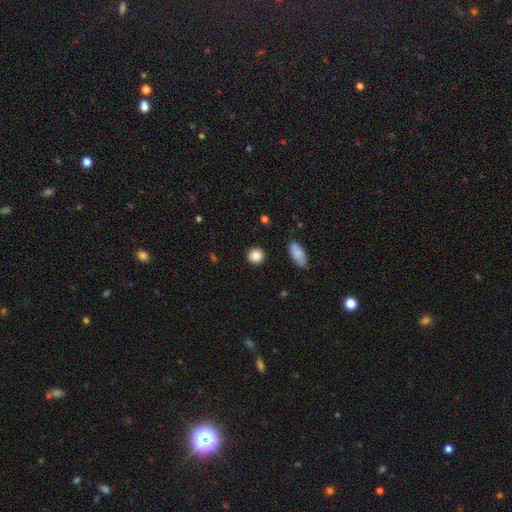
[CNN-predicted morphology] smooth_or_featured: smooth (p=0.87) [alt: star or artifact p=0.09]
how_rounded: round (p=0.88) [alt: in between p=0.11]
merging: none (p=0.91) [alt: minor disturbance p=0.06]